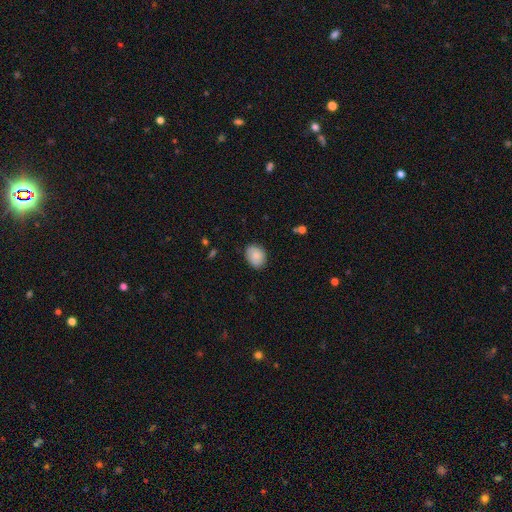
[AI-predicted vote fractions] Smooth or featured?
  - smooth: 85% *
  - featured or disk: 8%
  - star or artifact: 7%
How rounded?
  - in between: 59% *
  - round: 40%
  - cigar-shaped: 1%
Merging?
  - none: 83% *
  - minor disturbance: 13%
  - major disturbance: 2%
  - merger: 1%